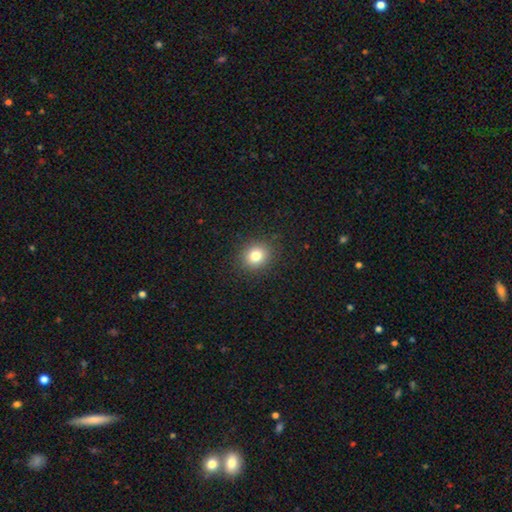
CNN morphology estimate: type=smooth (80%); roundness=round (77%); merging=none (90%).